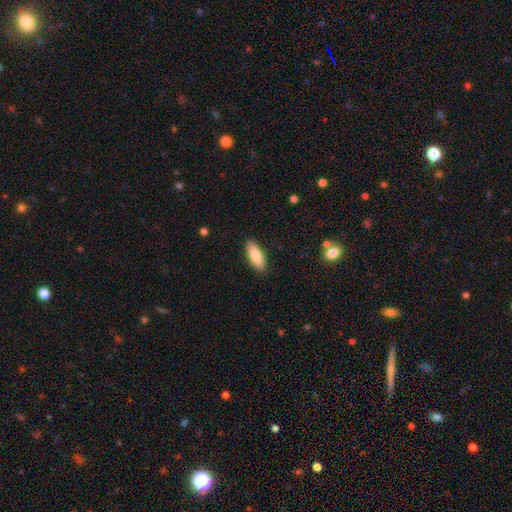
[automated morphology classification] A smooth galaxy with no disk features (82%) that is in between round and cigar-shaped (75%). Merging: none (89%).